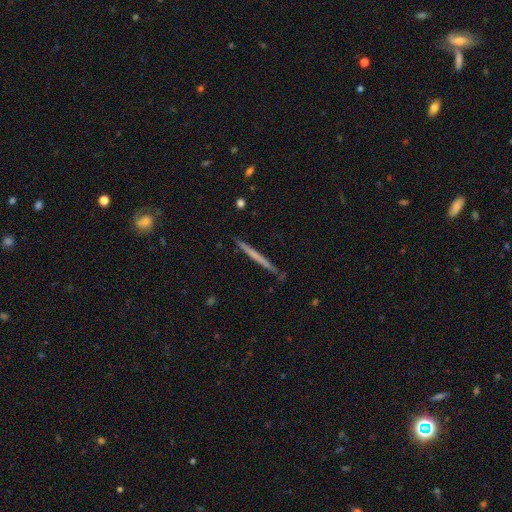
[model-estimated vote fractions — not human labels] Smooth or featured? Predicted: smooth (p=0.50). Merging? Predicted: none (p=0.90).